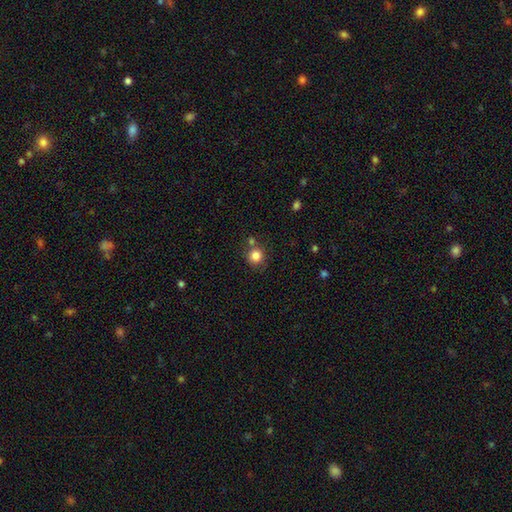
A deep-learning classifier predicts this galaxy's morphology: A smooth galaxy with no disk features (83%) that is round (91%).

Vote fractions:
- Smooth or featured? smooth: 83% / star or artifact: 11% / featured or disk: 6%
- How rounded? round: 91% / in between: 8% / cigar-shaped: 1%
- Merging? none: 70% / merger: 15% / minor disturbance: 11% / major disturbance: 4%